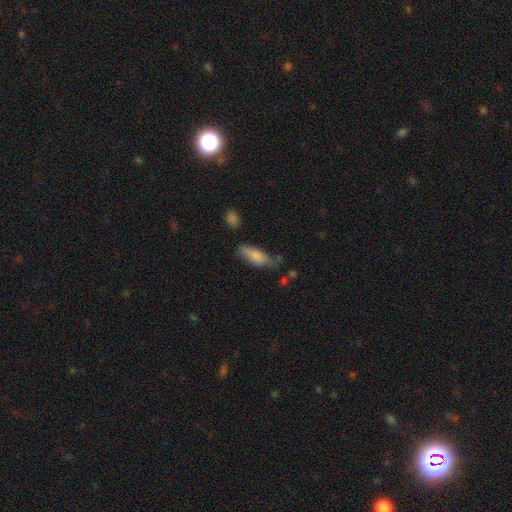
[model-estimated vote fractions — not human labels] Smooth or featured?
  - smooth: 80% *
  - featured or disk: 13%
  - star or artifact: 7%
How rounded?
  - in between: 68% *
  - cigar-shaped: 30%
  - round: 2%
Merging?
  - none: 52% *
  - minor disturbance: 32%
  - major disturbance: 11%
  - merger: 6%